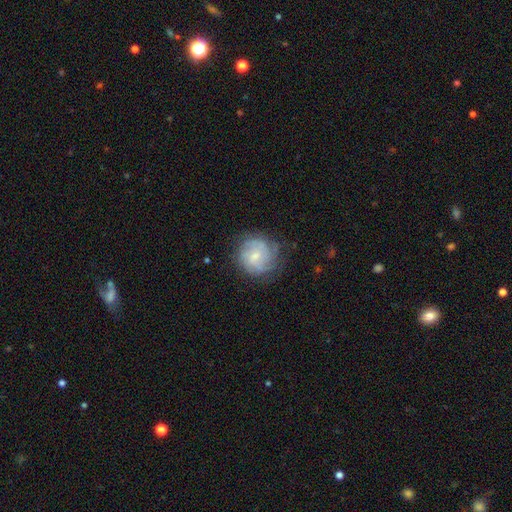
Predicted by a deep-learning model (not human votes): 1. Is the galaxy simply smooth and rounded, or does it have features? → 66% featured or disk, 27% smooth, 7% star or artifact.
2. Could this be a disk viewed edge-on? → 98% no, 2% yes.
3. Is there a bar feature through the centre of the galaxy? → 56% no, 39% weak, 5% strong.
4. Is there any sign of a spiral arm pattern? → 86% yes, 14% no.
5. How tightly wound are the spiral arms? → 57% tight, 32% medium, 10% loose.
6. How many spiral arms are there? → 45% can't tell, 18% 2, 17% 3, 10% 4, 5% more than 4, 5% 1.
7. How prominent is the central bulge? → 57% small, 32% moderate, 8% none, 2% large, 1% dominant.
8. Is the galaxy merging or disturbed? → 71% none, 19% minor disturbance, 9% major disturbance, 1% merger.